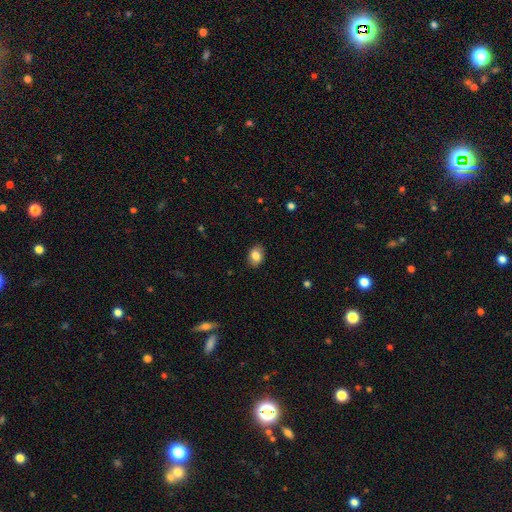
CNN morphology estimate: Overall: smooth (83%). How rounded: in between (74%). Merging: none (86%).